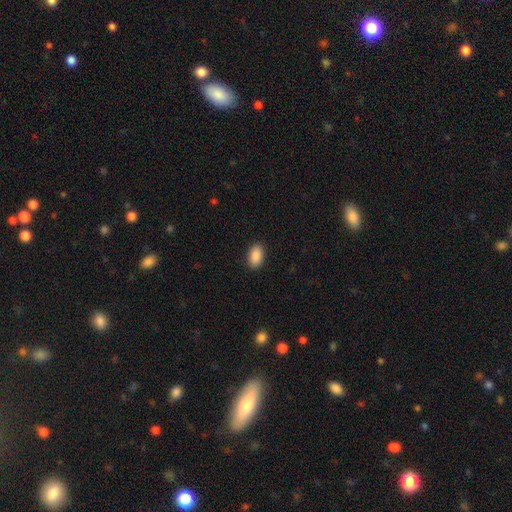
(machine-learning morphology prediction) Smooth or featured? smooth (90%)
How rounded? in between (92%)
Merging? none (90%)